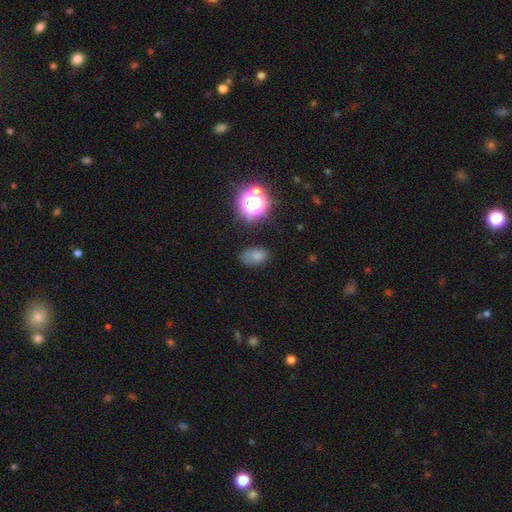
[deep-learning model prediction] Morphology: type=smooth (68%); roundness=in between (83%); merging=none (66%).